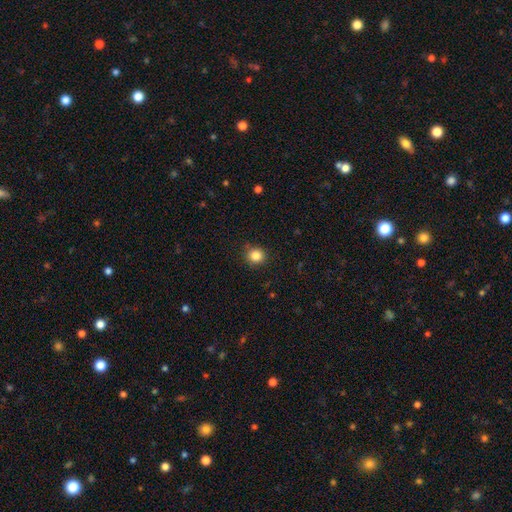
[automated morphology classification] Overall: smooth (85%). How rounded: round (89%). Merging: none (88%).